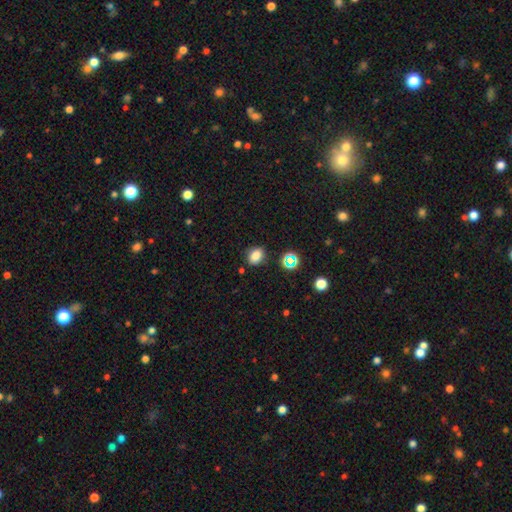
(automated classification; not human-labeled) Q: Smooth or featured?
A: smooth (79%); runner-up: star or artifact (15%)
Q: How rounded?
A: in between (59%); runner-up: round (39%)
Q: Merging?
A: none (81%); runner-up: minor disturbance (12%)